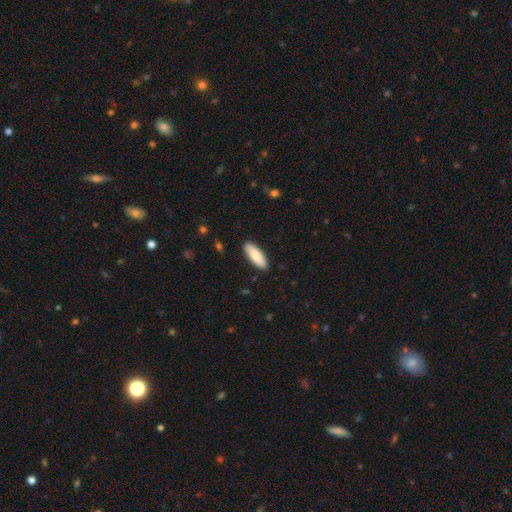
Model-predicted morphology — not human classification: Smooth or featured? Predicted: smooth (p=0.84). How rounded? Predicted: in between (p=0.62). Merging? Predicted: none (p=0.89).